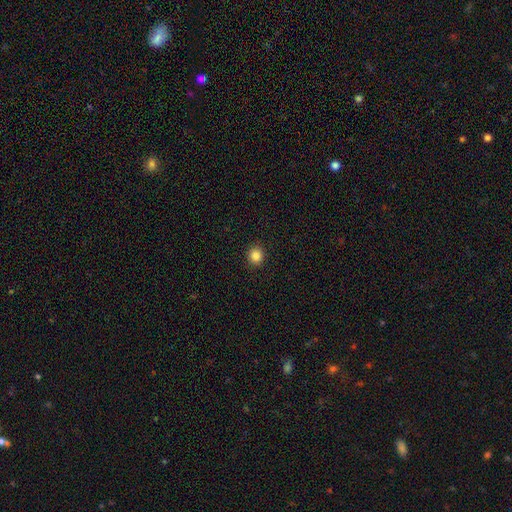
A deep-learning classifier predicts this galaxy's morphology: Overall: smooth (85%). How rounded: round (89%). Merging: none (92%).